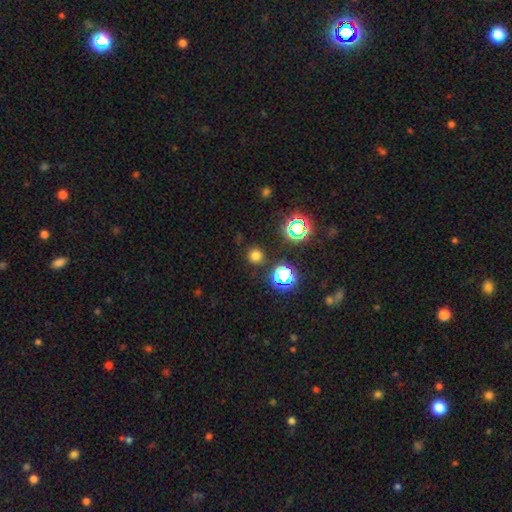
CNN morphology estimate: The model was most divided on "smooth or featured": smooth: 68%, star or artifact: 26%, featured or disk: 5%. More confident: how rounded — round (93%); merging — none (86%).